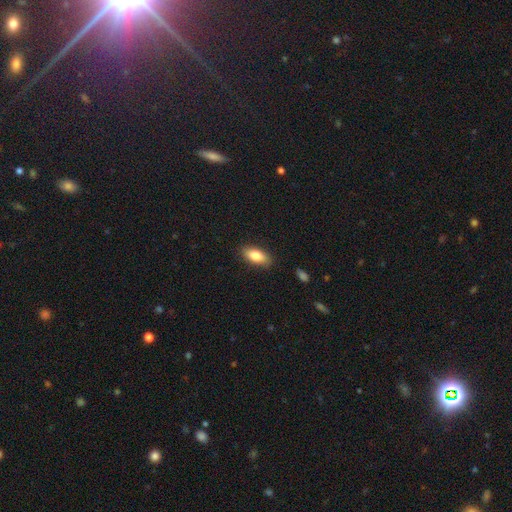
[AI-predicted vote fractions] The model was most divided on "smooth or featured": smooth: 83%, featured or disk: 10%, star or artifact: 7%. More confident: merging — none (86%); how rounded — in between (86%).